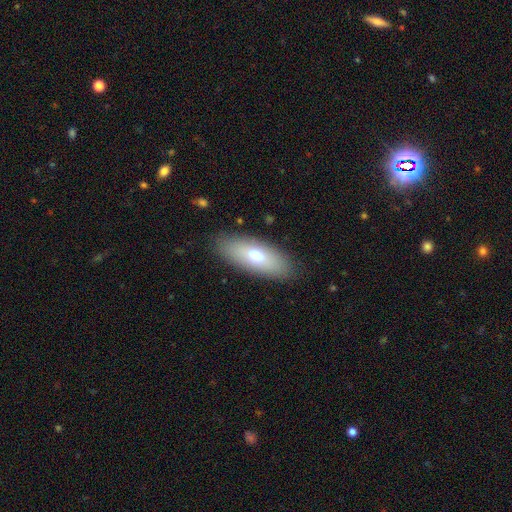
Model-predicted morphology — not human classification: smooth 69%, featured or disk 25%, star or artifact 7%. Down the decision tree: how rounded — in between (76%); merging — none (86%).